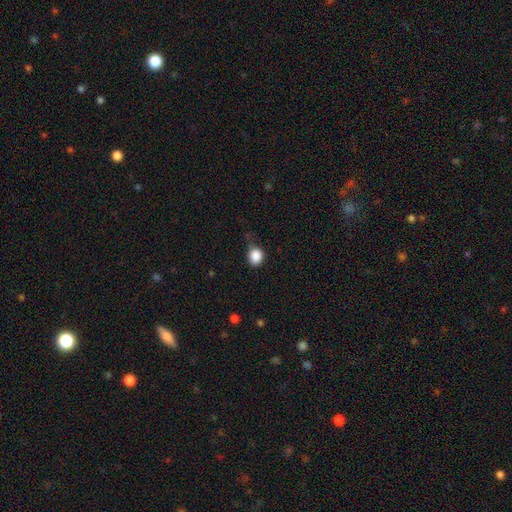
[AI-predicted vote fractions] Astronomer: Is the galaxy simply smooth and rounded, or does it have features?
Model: smooth — 87%.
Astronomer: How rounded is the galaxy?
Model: round — 75%.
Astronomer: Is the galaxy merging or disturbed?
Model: none — 58%.